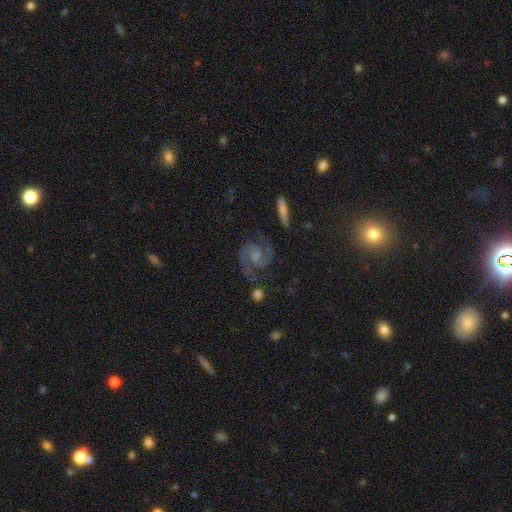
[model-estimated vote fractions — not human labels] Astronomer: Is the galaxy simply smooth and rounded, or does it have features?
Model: featured or disk — 88%.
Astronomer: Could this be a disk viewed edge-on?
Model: no — 97%.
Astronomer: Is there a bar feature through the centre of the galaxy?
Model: no — 50% (runner-up: weak, 39%).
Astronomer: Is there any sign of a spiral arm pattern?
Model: yes — 98%.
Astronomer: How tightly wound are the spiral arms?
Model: medium — 57% (runner-up: tight, 33%).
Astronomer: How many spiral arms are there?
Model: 2 — 92%.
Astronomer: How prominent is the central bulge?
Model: small — 42% (runner-up: moderate, 40%).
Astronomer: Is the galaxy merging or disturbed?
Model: none — 78%.